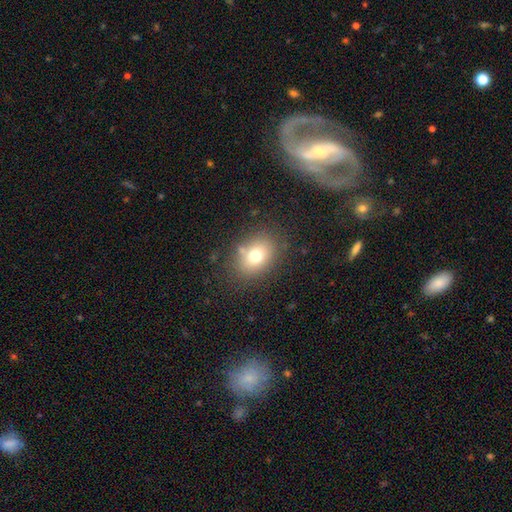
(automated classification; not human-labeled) This is likely a smooth galaxy (73%). How rounded: likely in between (61%). Merging: clearly none (80%).